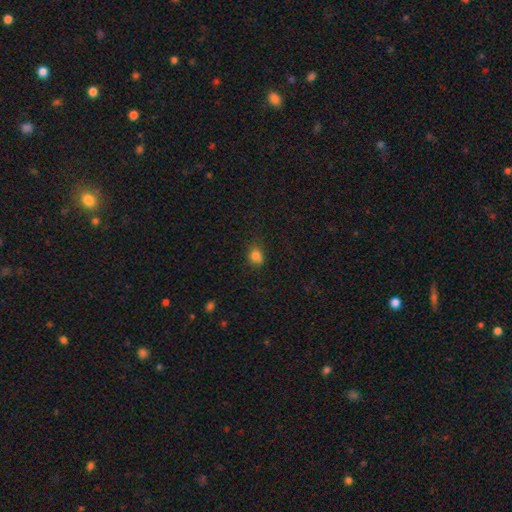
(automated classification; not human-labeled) smooth 82%, star or artifact 13%, featured or disk 5%. Down the decision tree: how rounded — round (58%); merging — none (74%).